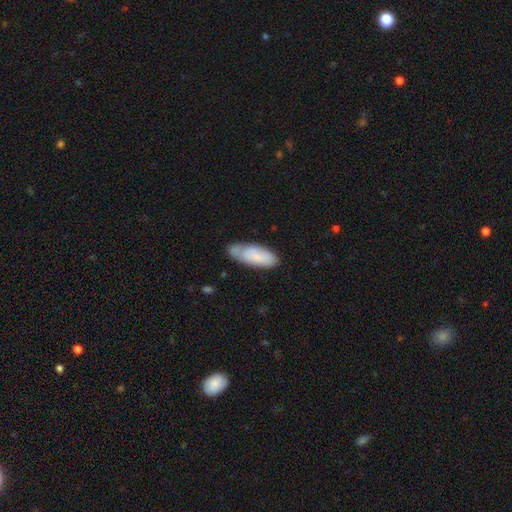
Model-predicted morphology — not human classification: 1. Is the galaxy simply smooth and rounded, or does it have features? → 75% smooth, 19% featured or disk, 7% star or artifact.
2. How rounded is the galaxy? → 74% in between, 24% cigar-shaped, 2% round.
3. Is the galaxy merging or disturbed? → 54% none, 30% minor disturbance, 9% merger, 8% major disturbance.